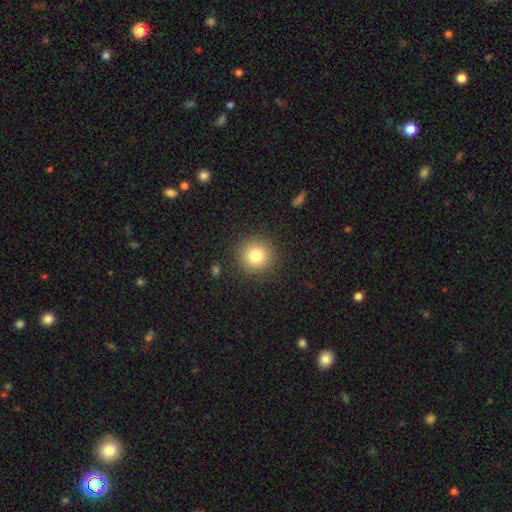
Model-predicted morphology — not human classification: Smooth or featured? Predicted: smooth (p=0.81). How rounded? Predicted: round (p=0.94). Merging? Predicted: none (p=0.90).